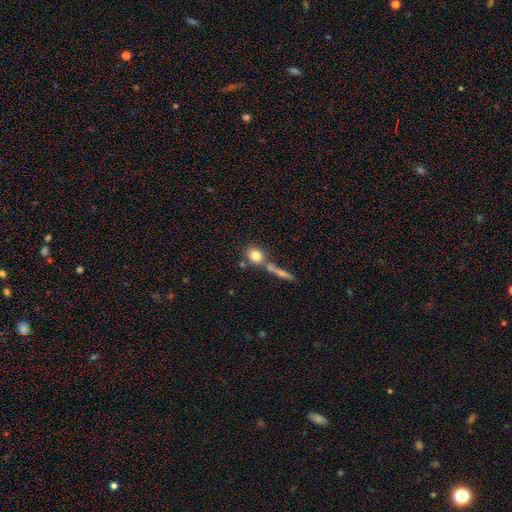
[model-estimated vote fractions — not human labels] Morphology: type=smooth (78%); roundness=round (72%); merging=none (60%).